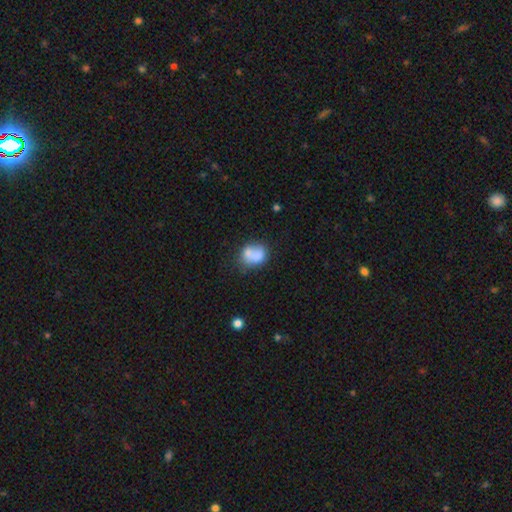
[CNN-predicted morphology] Q: Smooth or featured?
A: smooth (72%); runner-up: featured or disk (19%)
Q: How rounded?
A: in between (53%); runner-up: round (46%)
Q: Merging?
A: none (39%); runner-up: merger (30%)